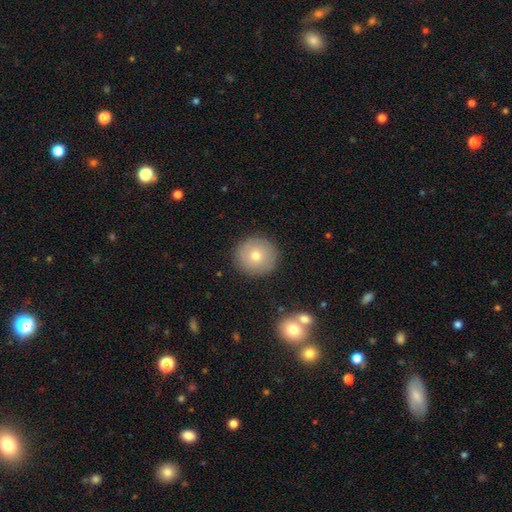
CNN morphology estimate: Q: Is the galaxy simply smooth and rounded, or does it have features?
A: smooth — 73%.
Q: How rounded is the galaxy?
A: round — 94%.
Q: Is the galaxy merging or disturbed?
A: none — 90%.